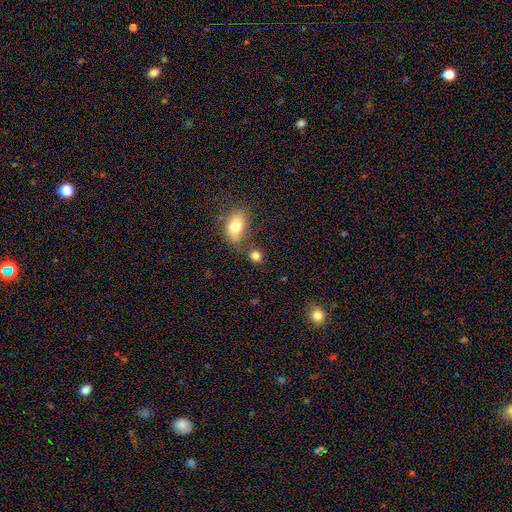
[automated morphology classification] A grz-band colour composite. It shows a smooth galaxy with no disk features (81%) that is round (68%). Merging: none (69%).